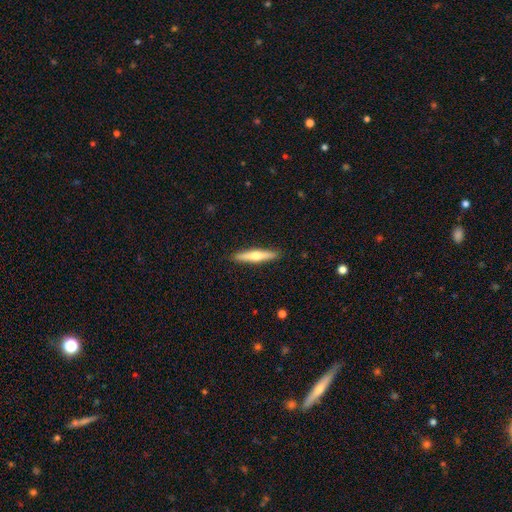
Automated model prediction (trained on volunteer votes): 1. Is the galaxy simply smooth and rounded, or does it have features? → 52% featured or disk, 43% smooth, 5% star or artifact.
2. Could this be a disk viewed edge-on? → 96% yes, 4% no.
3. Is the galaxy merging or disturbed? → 91% none, 7% minor disturbance, 1% major disturbance, 1% merger.